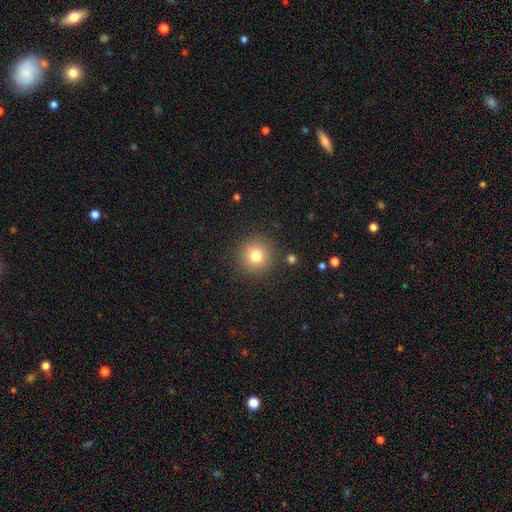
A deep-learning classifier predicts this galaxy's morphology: Smooth or featured? smooth (79%)
How rounded? round (95%)
Merging? none (89%)